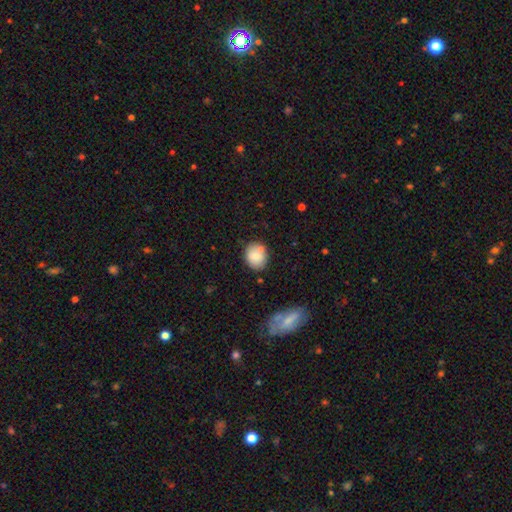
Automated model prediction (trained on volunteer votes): Smooth or featured?
  - smooth: 82% *
  - featured or disk: 11%
  - star or artifact: 8%
How rounded?
  - round: 63% *
  - in between: 36%
  - cigar-shaped: 1%
Merging?
  - none: 71% *
  - minor disturbance: 17%
  - merger: 8%
  - major disturbance: 4%